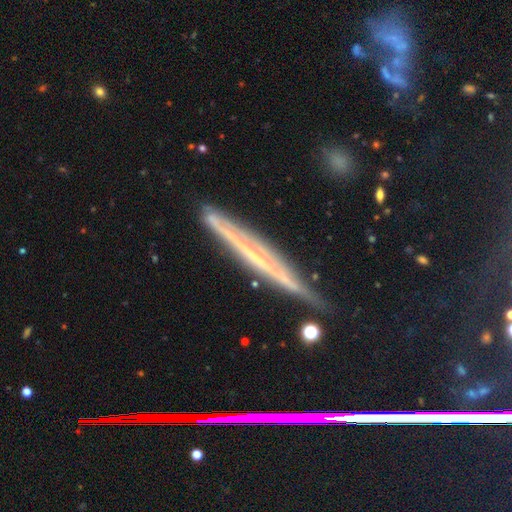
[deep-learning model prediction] smooth_or_featured: featured or disk (p=0.61) [alt: smooth p=0.24]
disk_edge_on: yes (p=0.91) [alt: no p=0.09]
edge_on_bulge: none (p=0.74) [alt: rounded p=0.18]
merging: none (p=0.76) [alt: minor disturbance p=0.18]